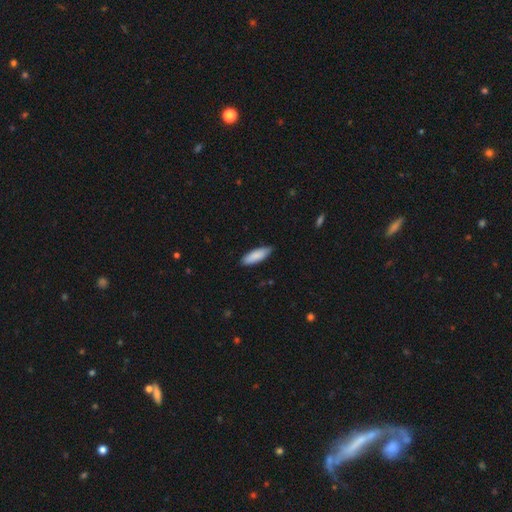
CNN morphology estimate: The model was most divided on "how rounded": in between: 58%, cigar-shaped: 41%, round: 1%. More confident: smooth or featured — smooth (87%); merging — none (82%).